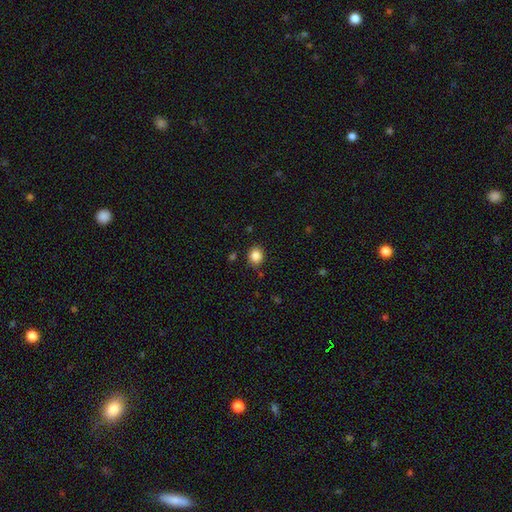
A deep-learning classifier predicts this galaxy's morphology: smooth-or-featured: smooth: 85% | star or artifact: 10% | featured or disk: 4%
  how-rounded: round: 66% | in between: 33% | cigar-shaped: 1%
  merging: none: 86% | minor disturbance: 10% | major disturbance: 3% | merger: 2%